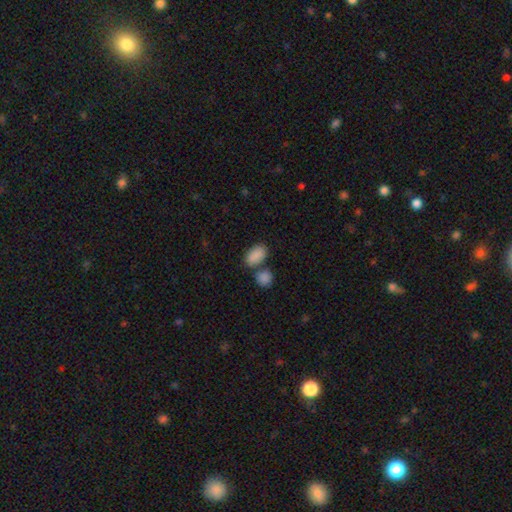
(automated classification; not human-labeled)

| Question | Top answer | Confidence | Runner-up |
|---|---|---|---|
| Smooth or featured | smooth | 88% | star or artifact (7%) |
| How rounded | in between | 91% | round (7%) |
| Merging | none | 54% | merger (30%) |